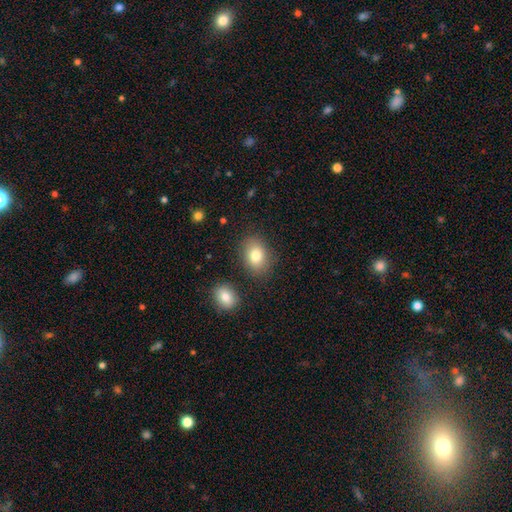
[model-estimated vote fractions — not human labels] The model was most divided on "how rounded": in between: 67%, round: 32%, cigar-shaped: 1%. More confident: merging — none (81%); smooth or featured — smooth (79%).